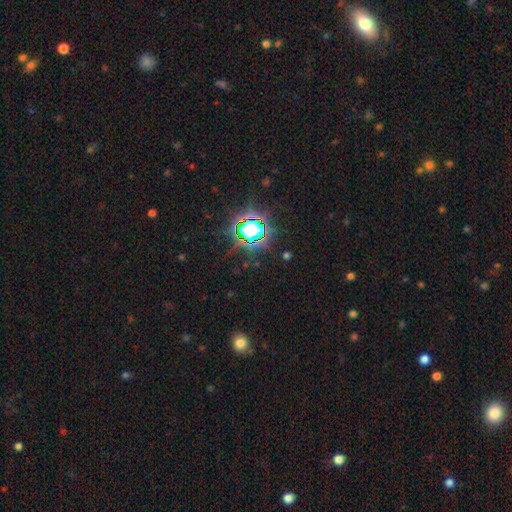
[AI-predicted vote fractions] This is clearly a star or artifact rather than a galaxy (80%).